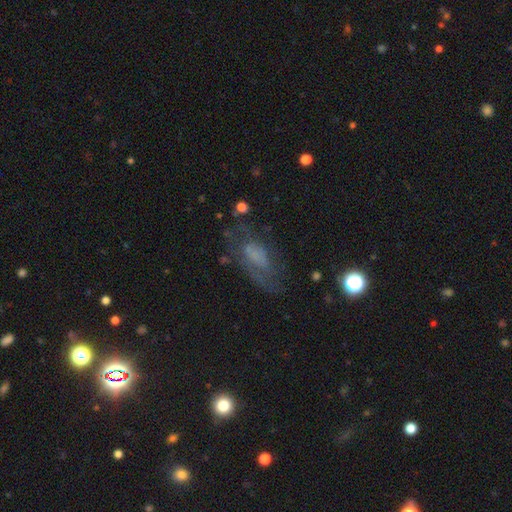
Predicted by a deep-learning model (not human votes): Smooth or featured: featured or disk — 52% (smooth — 34%)
Edge-on disk: no — 91% (yes — 9%)
Merging: none — 52% (major disturbance — 23%)